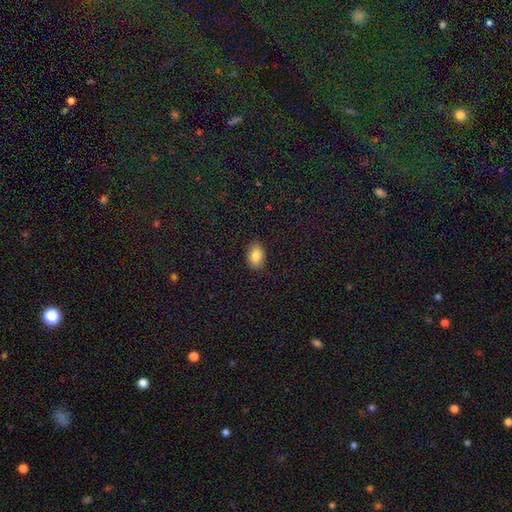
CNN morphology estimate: This is clearly a smooth galaxy (84%). How rounded: clearly in between (84%). Merging: clearly none (87%).